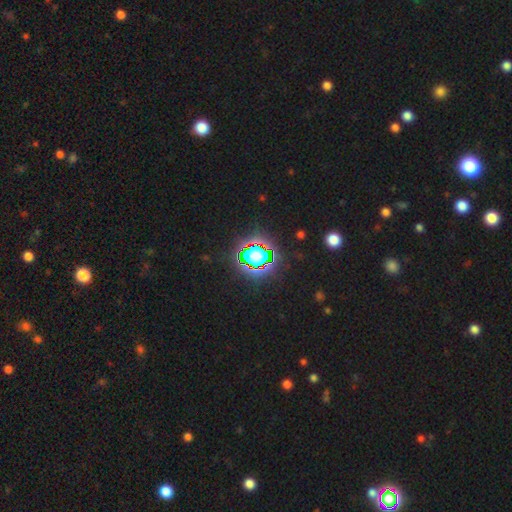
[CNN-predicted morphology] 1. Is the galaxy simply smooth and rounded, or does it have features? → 67% star or artifact, 20% smooth, 12% featured or disk.